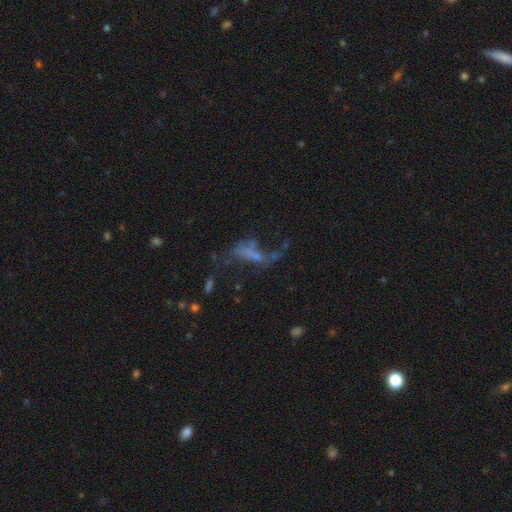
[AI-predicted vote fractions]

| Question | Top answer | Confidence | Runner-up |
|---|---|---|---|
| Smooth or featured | featured or disk | 43% | smooth (31%) |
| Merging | major disturbance | 39% | none (29%) |